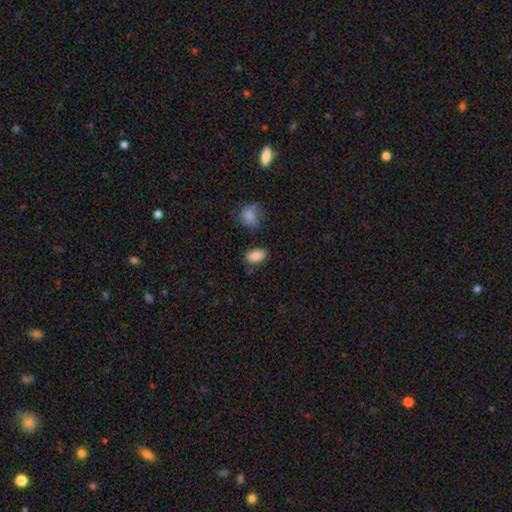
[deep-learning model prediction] smooth 84%, star or artifact 8%, featured or disk 8%. Down the decision tree: how rounded — in between (88%); merging — none (76%).